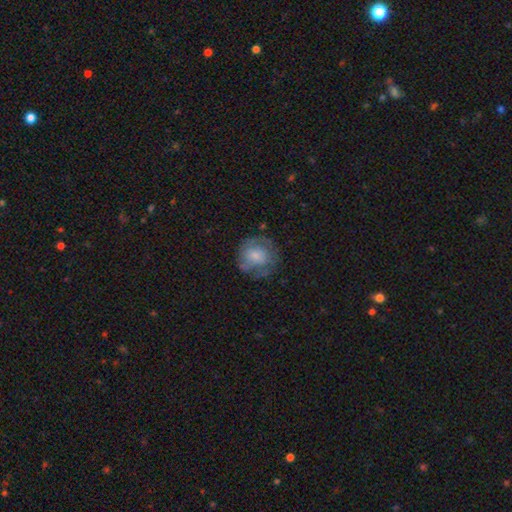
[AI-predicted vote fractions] Overall: smooth (55%; featured or disk 37%). How rounded: round (80%). Merging: none (57%; minor disturbance 23%).